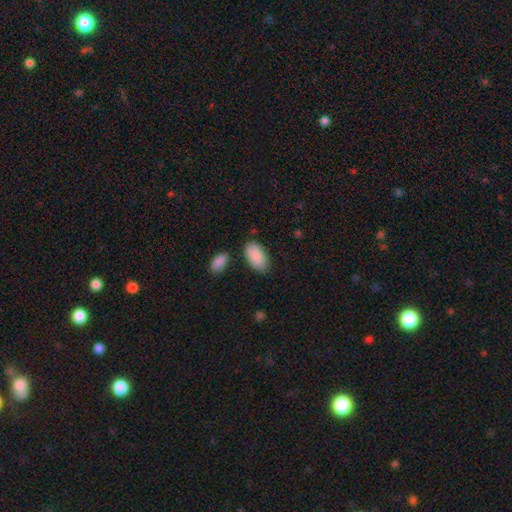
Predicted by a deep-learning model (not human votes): smooth 88%, featured or disk 6%, star or artifact 6%. Down the decision tree: how rounded — in between (95%); merging — none (78%).